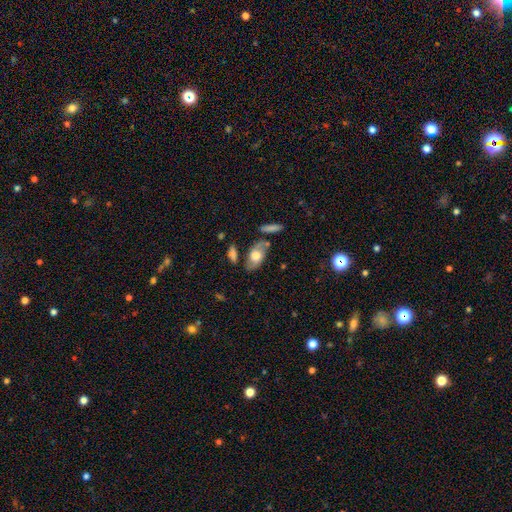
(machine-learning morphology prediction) type=featured or disk (50%); merging=none (65%).